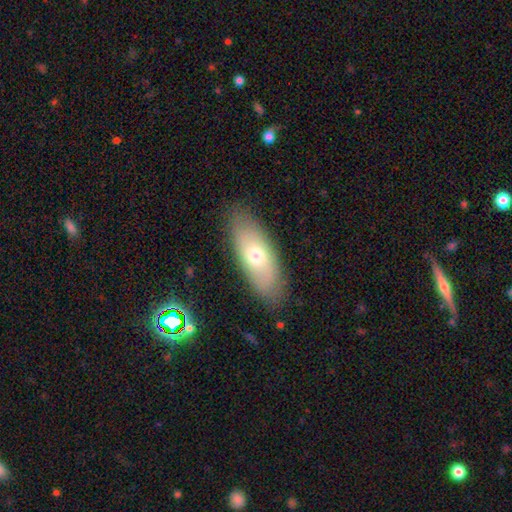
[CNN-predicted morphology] Smooth or featured? smooth (62%)
How rounded? in between (78%)
Merging? none (84%)